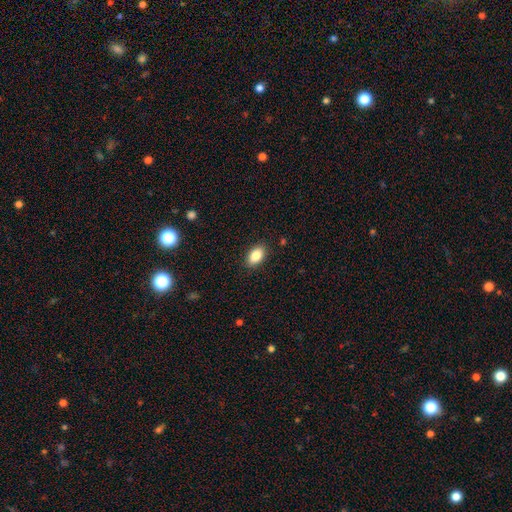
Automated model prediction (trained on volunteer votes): Morphology: type=smooth (87%); roundness=in between (91%); merging=none (88%).